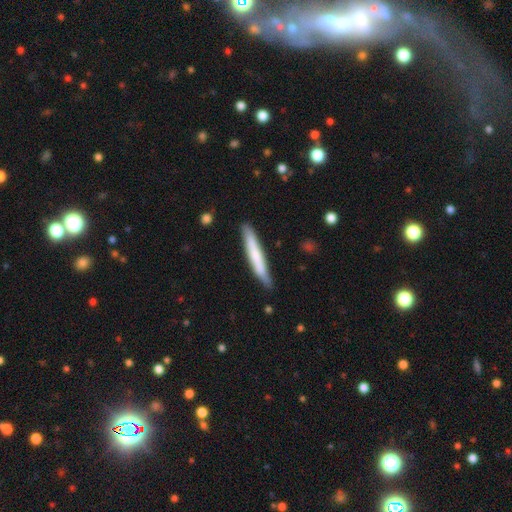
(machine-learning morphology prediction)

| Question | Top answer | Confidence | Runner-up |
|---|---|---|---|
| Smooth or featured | smooth | 66% | featured or disk (29%) |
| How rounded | cigar-shaped | 95% | in between (4%) |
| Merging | none | 84% | minor disturbance (12%) |